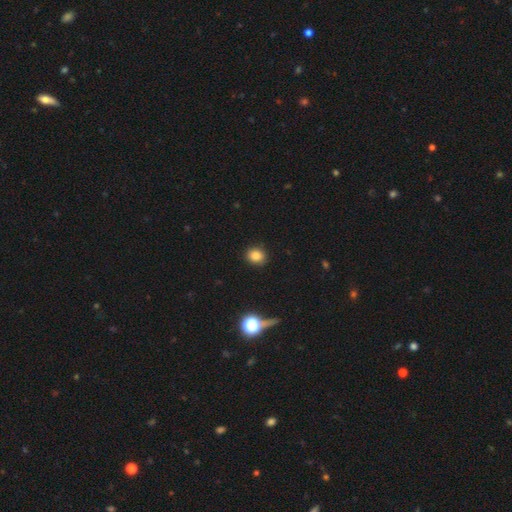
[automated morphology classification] This appears to be a smooth galaxy with no disk features (84%) that is round (74%). Merging: none (88%).